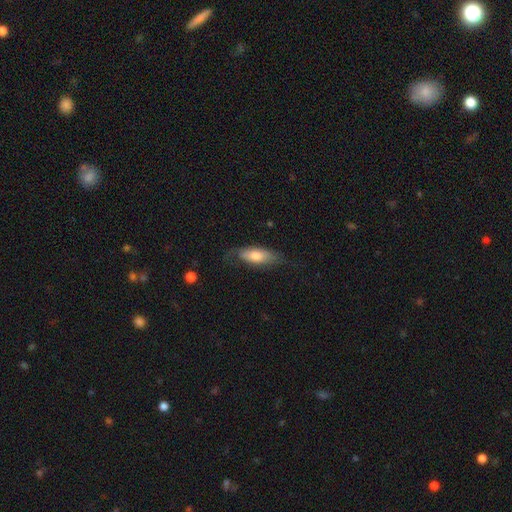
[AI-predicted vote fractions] smooth 66%, featured or disk 28%, star or artifact 6%. Down the decision tree: how rounded — in between (75%); merging — none (60%).